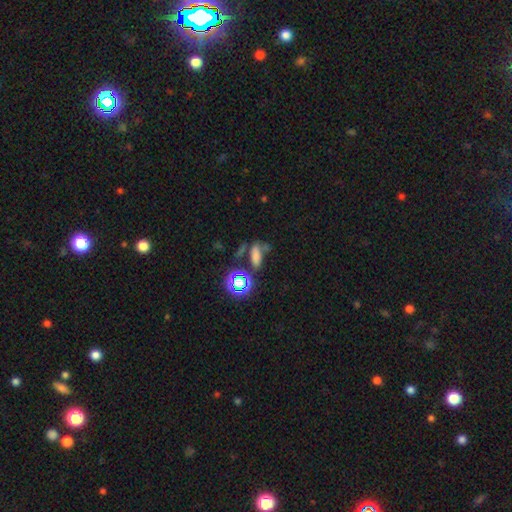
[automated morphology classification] Smooth or featured: smooth — 63% (star or artifact — 25%)
How rounded: in between — 63% (cigar-shaped — 25%)
Merging: none — 52% (merger — 20%)